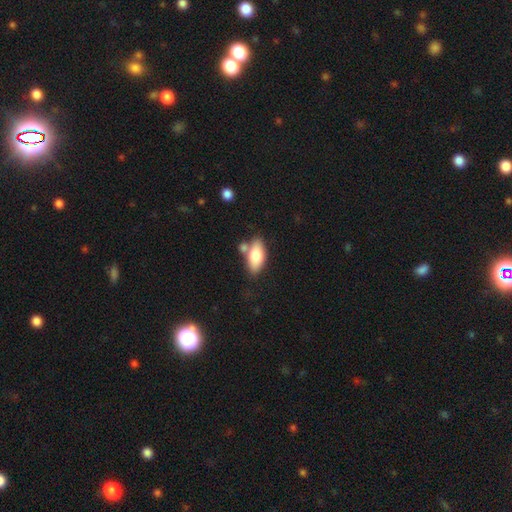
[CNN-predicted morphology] smooth_or_featured: smooth (p=0.77) [alt: featured or disk p=0.17]
how_rounded: in between (p=0.88) [alt: cigar-shaped p=0.09]
merging: none (p=0.63) [alt: merger p=0.18]